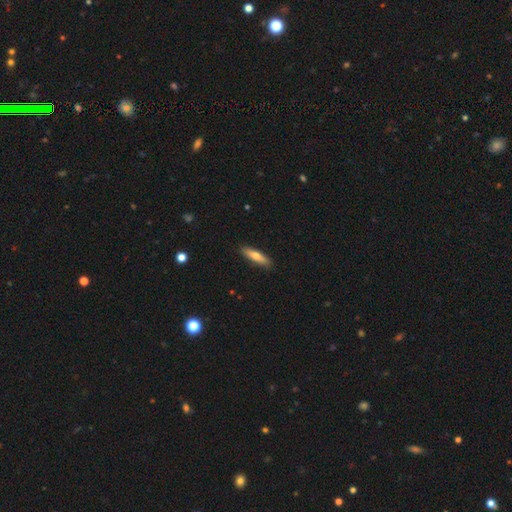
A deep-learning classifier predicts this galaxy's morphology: Smooth or featured?
  - smooth: 68% *
  - featured or disk: 26%
  - star or artifact: 6%
How rounded?
  - cigar-shaped: 72% *
  - in between: 26%
  - round: 2%
Merging?
  - none: 89% *
  - minor disturbance: 9%
  - major disturbance: 2%
  - merger: 1%